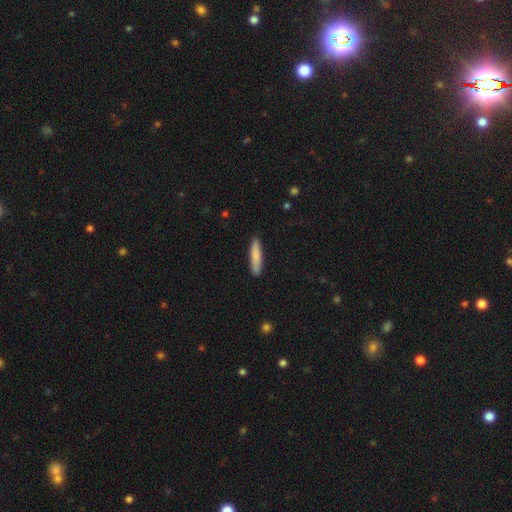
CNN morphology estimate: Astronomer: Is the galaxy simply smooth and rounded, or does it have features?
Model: smooth — 84%.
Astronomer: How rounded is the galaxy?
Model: cigar-shaped — 83%.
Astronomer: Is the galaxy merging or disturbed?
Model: none — 88%.